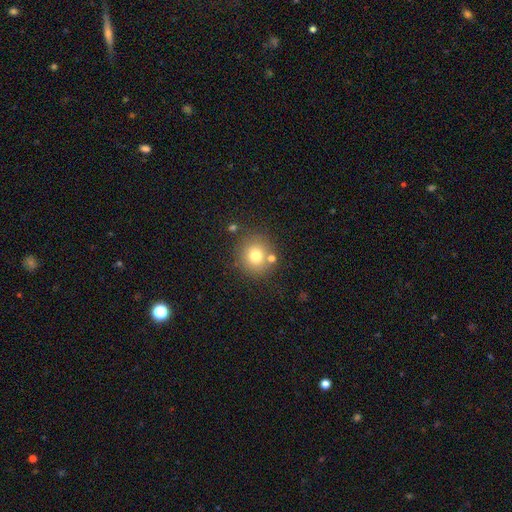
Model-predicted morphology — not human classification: smooth_or_featured: smooth (p=0.75) [alt: star or artifact p=0.13]
how_rounded: round (p=0.92) [alt: in between p=0.07]
merging: none (p=0.79) [alt: minor disturbance p=0.09]